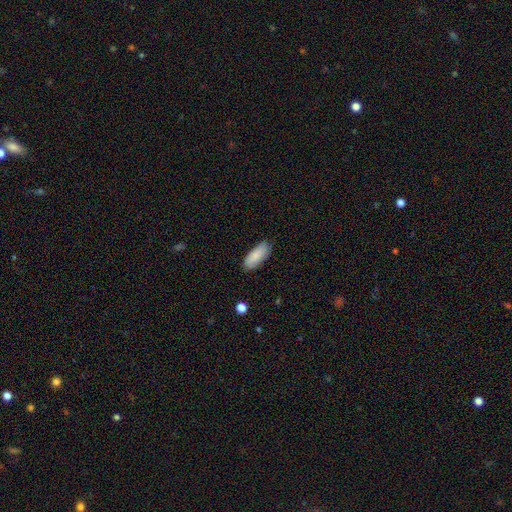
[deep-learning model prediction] smooth-or-featured: smooth: 87% | featured or disk: 7% | star or artifact: 6%
  how-rounded: in between: 80% | cigar-shaped: 18% | round: 2%
  merging: none: 84% | minor disturbance: 12% | major disturbance: 2% | merger: 1%